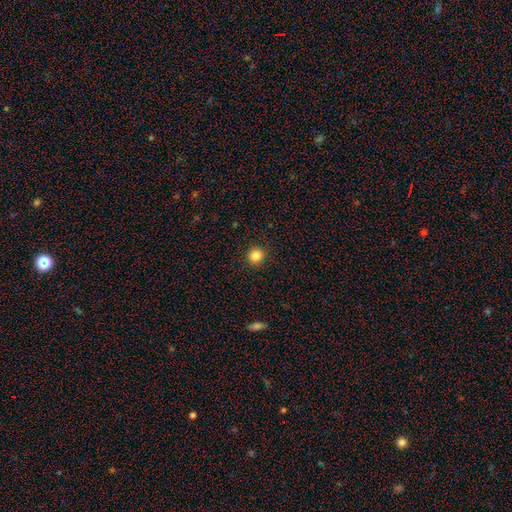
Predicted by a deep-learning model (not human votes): Morphology: type=smooth (85%); roundness=round (93%); merging=none (92%).